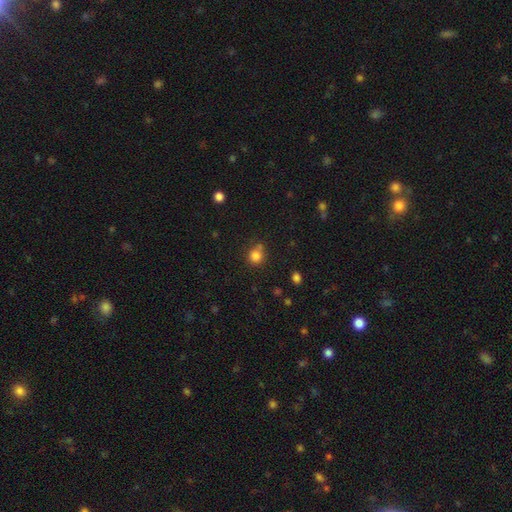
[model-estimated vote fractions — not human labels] The model was most divided on "merging": none: 66%, minor disturbance: 17%, merger: 12%, major disturbance: 5%. More confident: how rounded — round (86%); smooth or featured — smooth (81%).